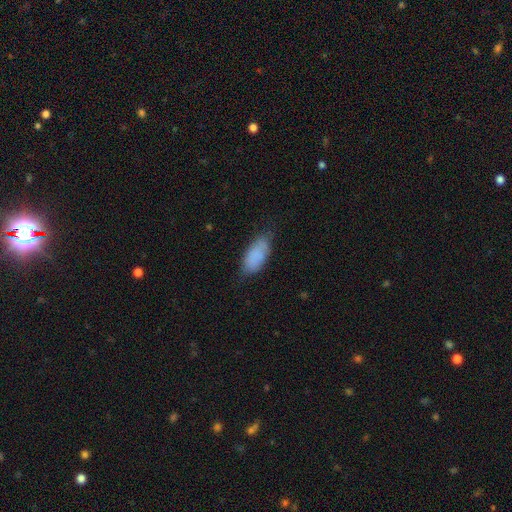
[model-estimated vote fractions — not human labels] Morphology: type=smooth (84%); roundness=in between (89%); merging=none (68%).